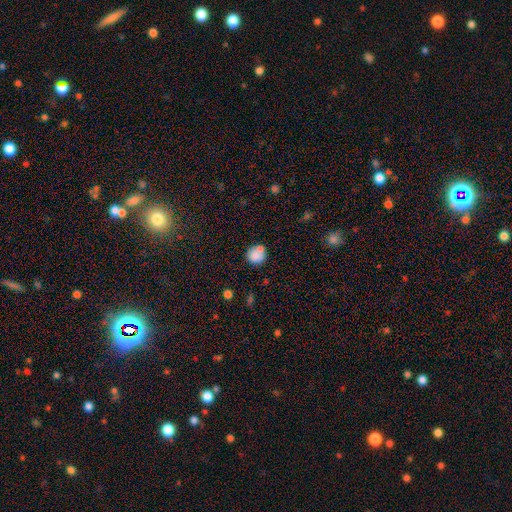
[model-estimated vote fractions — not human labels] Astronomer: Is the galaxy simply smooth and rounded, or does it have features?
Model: smooth — 82%.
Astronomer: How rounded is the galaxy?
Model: round — 83%.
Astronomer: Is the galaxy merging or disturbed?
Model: none — 58%.